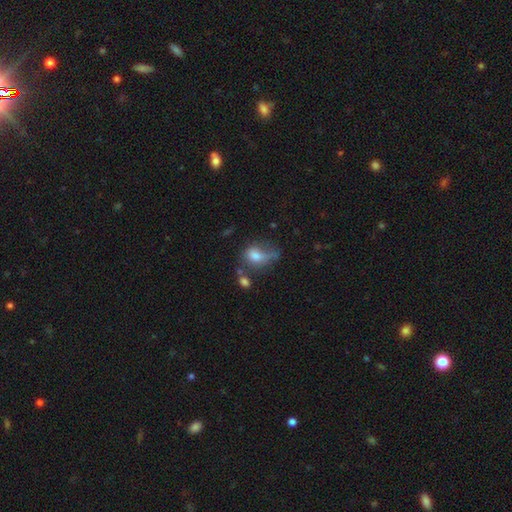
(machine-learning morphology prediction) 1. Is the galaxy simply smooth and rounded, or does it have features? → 68% smooth, 20% featured or disk, 12% star or artifact.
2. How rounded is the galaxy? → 68% in between, 29% round, 3% cigar-shaped.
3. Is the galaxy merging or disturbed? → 32% major disturbance, 27% none, 26% minor disturbance, 15% merger.